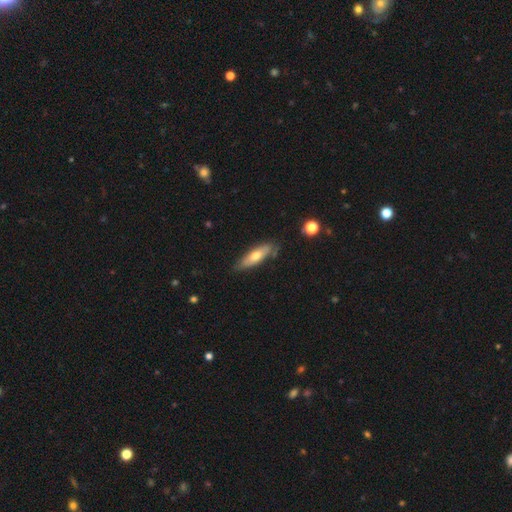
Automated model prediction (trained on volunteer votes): Morphology: type=smooth (55%); roundness=cigar-shaped (51%); merging=none (75%).